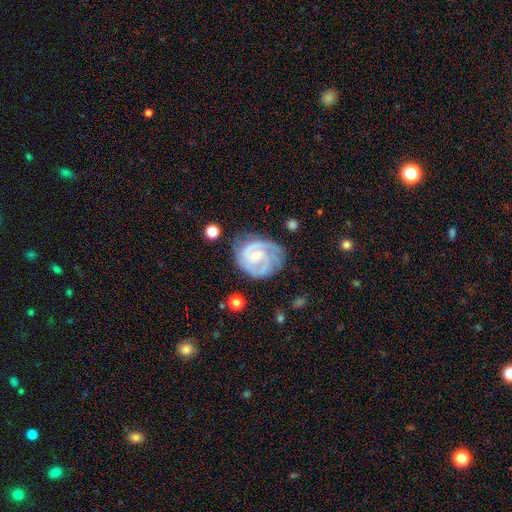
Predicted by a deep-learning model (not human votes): Morphology: type=featured or disk (84%); edge-on=no (98%); bar=no (61%); spiral arms=yes (95%); winding=tight (58%); arm count=2 (39%); bulge=small (59%); merging=none (62%).